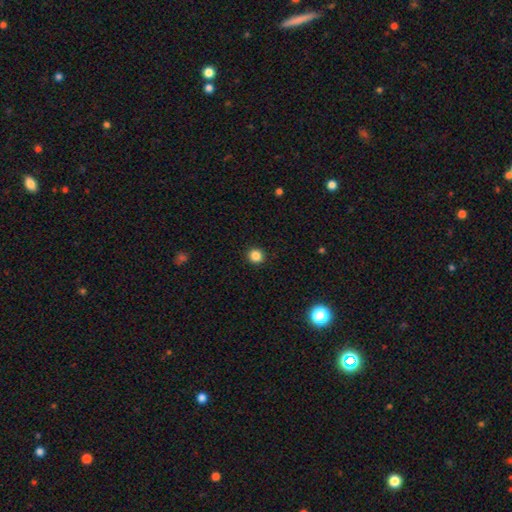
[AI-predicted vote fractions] Q: Smooth or featured?
A: smooth (85%); runner-up: star or artifact (12%)
Q: How rounded?
A: round (90%); runner-up: in between (9%)
Q: Merging?
A: none (92%); runner-up: minor disturbance (5%)